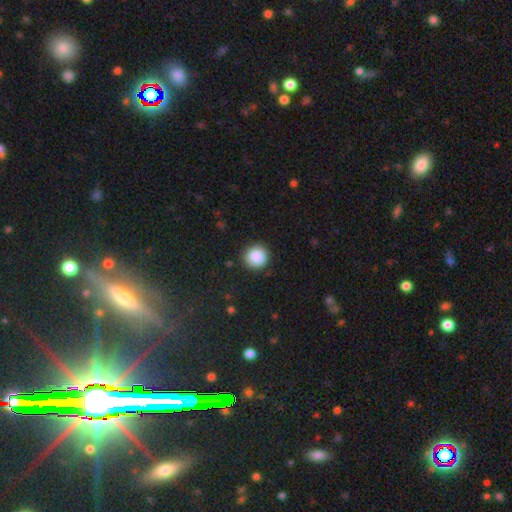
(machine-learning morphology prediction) A smooth galaxy with no disk features (87%) that is round (91%).

Vote fractions:
- Smooth or featured? smooth: 87% / star or artifact: 9% / featured or disk: 4%
- How rounded? round: 91% / in between: 8% / cigar-shaped: 1%
- Merging? none: 88% / minor disturbance: 8% / major disturbance: 2% / merger: 1%